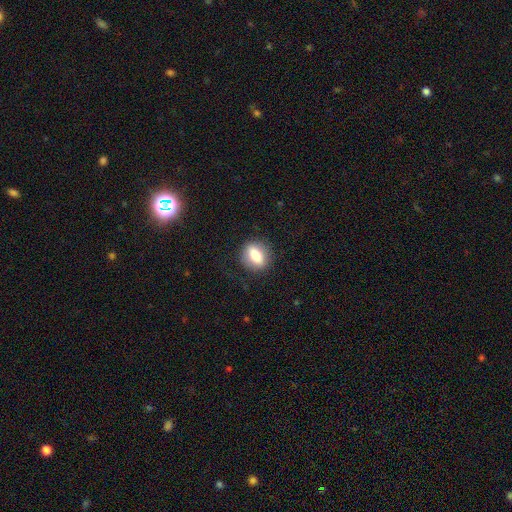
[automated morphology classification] smooth 75%, featured or disk 17%, star or artifact 8%. Down the decision tree: how rounded — in between (59%); merging — none (85%).